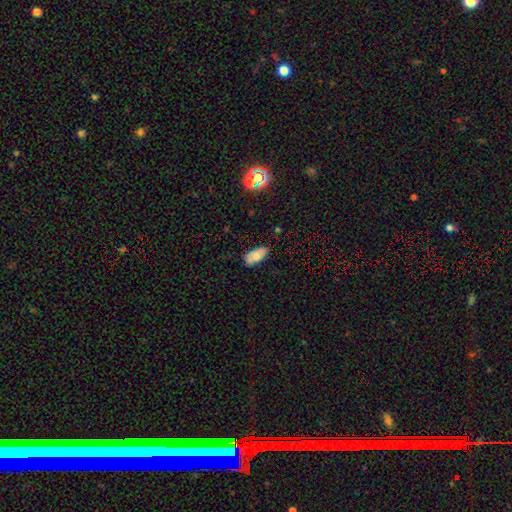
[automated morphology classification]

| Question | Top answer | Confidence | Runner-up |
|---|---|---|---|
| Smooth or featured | smooth | 70% | featured or disk (19%) |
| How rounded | in between | 92% | cigar-shaped (5%) |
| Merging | none | 72% | minor disturbance (22%) |